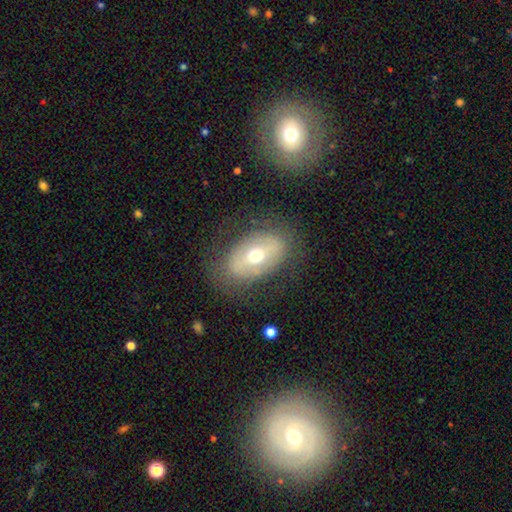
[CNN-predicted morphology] type=featured or disk (52%); edge-on=no (89%); merging=none (74%).